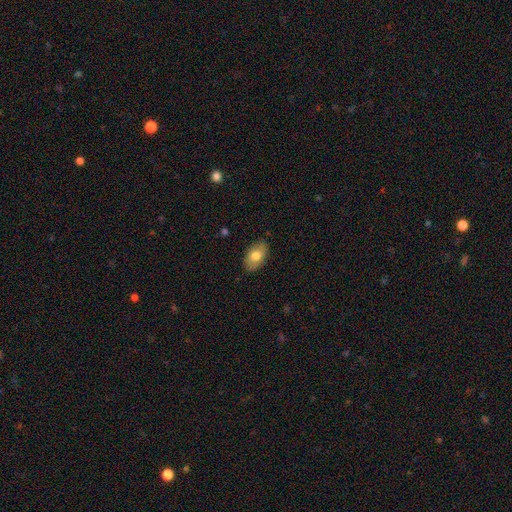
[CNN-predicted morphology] A smooth galaxy with no disk features (75%) that is in between round and cigar-shaped (93%). Merging: none (86%).